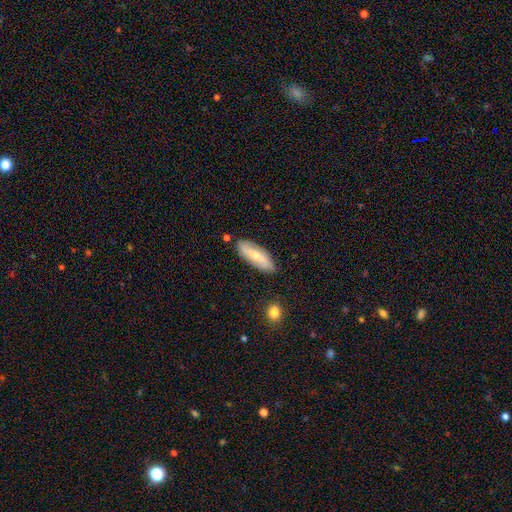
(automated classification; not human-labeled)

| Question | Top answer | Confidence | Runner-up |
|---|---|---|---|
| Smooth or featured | featured or disk | 49% | smooth (45%) |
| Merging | none | 82% | minor disturbance (13%) |